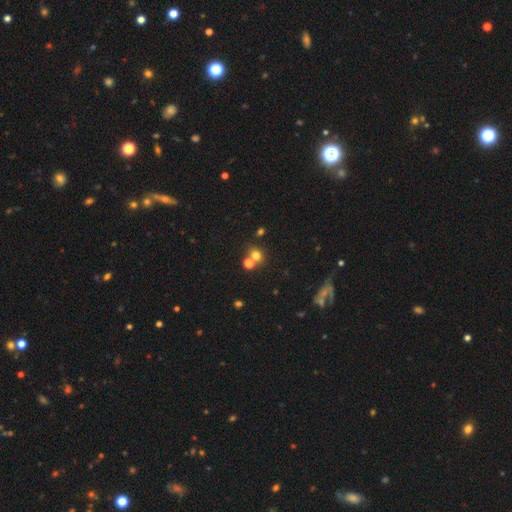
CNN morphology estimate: type=smooth (71%); roundness=round (65%); merging=none (56%).